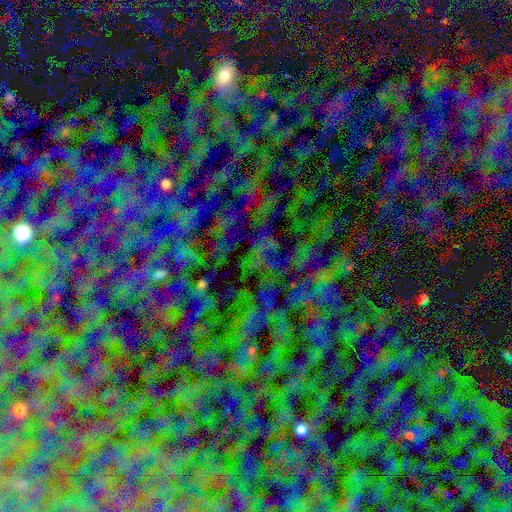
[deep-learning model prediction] star or artifact 73%, smooth 16%, featured or disk 11%.